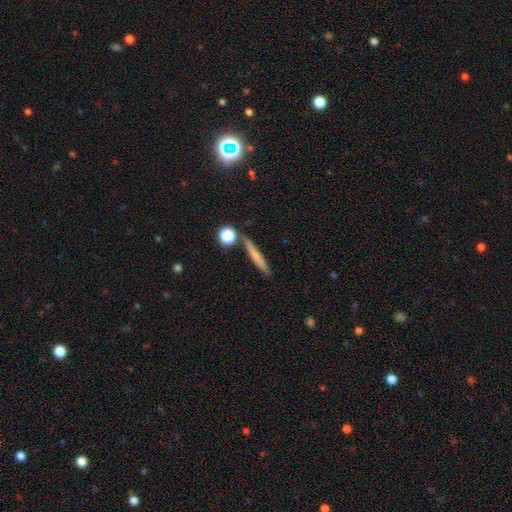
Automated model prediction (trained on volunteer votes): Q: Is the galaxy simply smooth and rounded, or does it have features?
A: smooth — 63%.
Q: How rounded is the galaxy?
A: cigar-shaped — 88%.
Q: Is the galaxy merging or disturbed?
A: none — 78%.